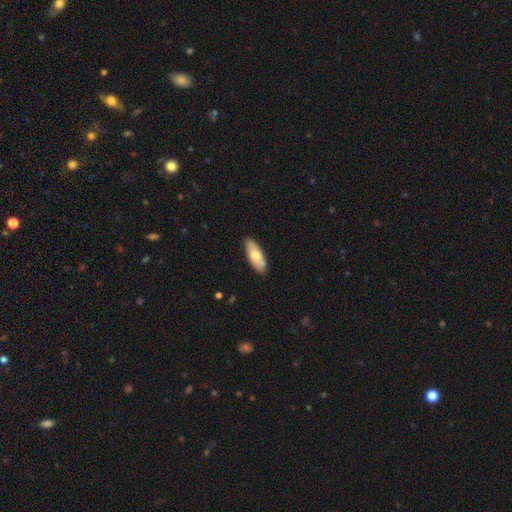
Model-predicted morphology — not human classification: Smooth or featured? smooth (69%)
How rounded? in between (74%)
Merging? none (81%)